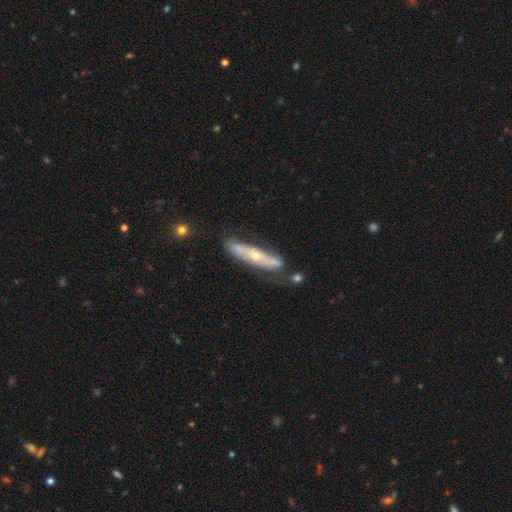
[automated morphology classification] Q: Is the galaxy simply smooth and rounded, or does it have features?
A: featured or disk — 69%.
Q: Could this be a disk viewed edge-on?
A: yes — 60%.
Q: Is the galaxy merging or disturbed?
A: none — 64%.